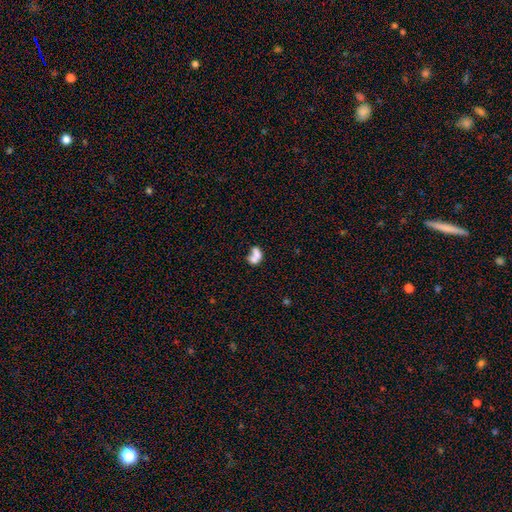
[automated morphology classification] Smooth or featured? smooth (65%)
How rounded? in between (71%)
Merging? merger (61%)